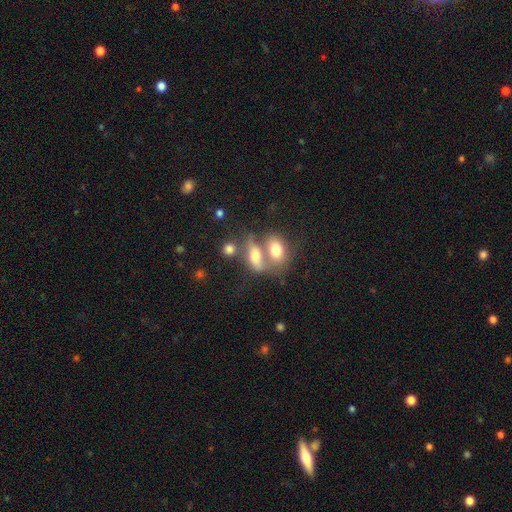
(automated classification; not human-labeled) Morphology: type=smooth (61%); roundness=in between (75%); merging=merger (60%).